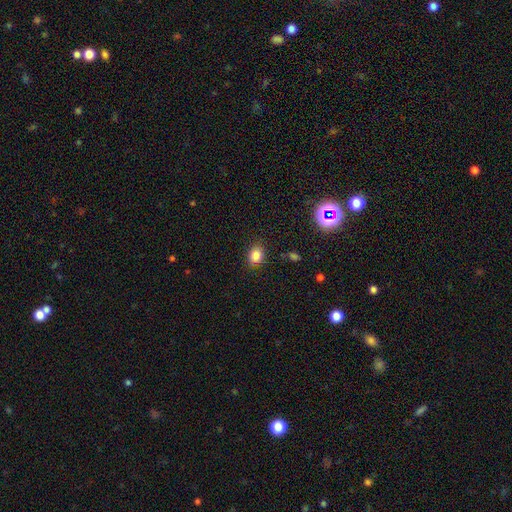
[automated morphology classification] A smooth galaxy with no disk features (82%) that is round (50%).

Vote fractions:
- Smooth or featured? smooth: 82% / star or artifact: 12% / featured or disk: 6%
- How rounded? round: 50% / in between: 49% / cigar-shaped: 1%
- Merging? none: 85% / minor disturbance: 11% / major disturbance: 3% / merger: 1%